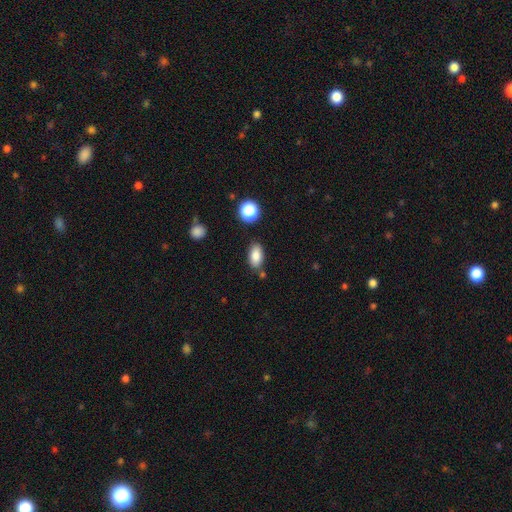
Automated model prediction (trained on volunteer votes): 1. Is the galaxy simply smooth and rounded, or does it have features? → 85% smooth, 9% star or artifact, 6% featured or disk.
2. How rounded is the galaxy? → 90% in between, 6% round, 4% cigar-shaped.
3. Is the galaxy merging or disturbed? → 79% none, 12% minor disturbance, 6% merger, 3% major disturbance.